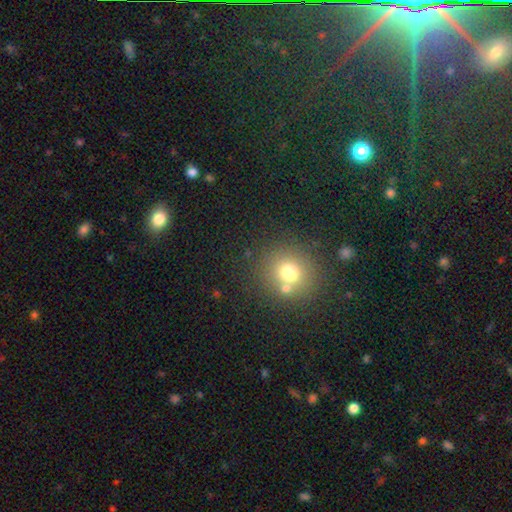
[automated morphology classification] This appears to be a smooth galaxy with no disk features (50%) that is round (90%). Merging: none (87%).